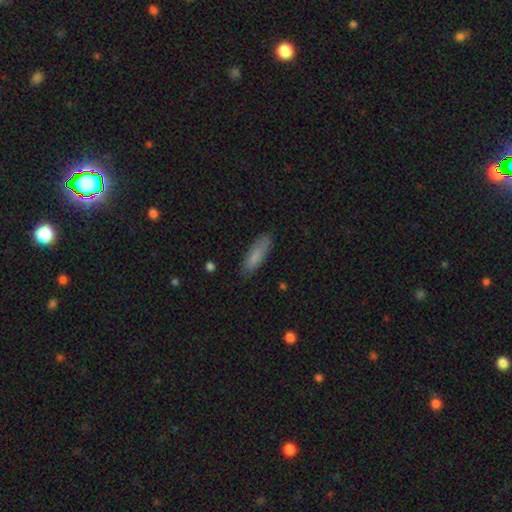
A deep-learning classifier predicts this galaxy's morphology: smooth-or-featured: smooth: 83% | featured or disk: 11% | star or artifact: 6%
  how-rounded: cigar-shaped: 54% | in between: 45% | round: 2%
  merging: none: 82% | minor disturbance: 14% | major disturbance: 3% | merger: 1%